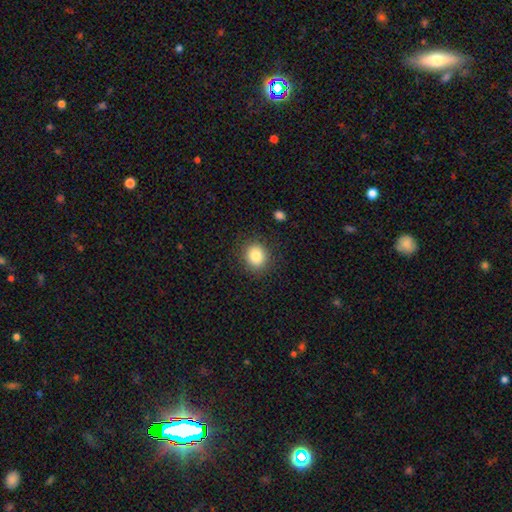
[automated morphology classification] Smooth or featured: smooth — 85% (star or artifact — 9%)
How rounded: round — 73% (in between — 26%)
Merging: none — 88% (minor disturbance — 8%)